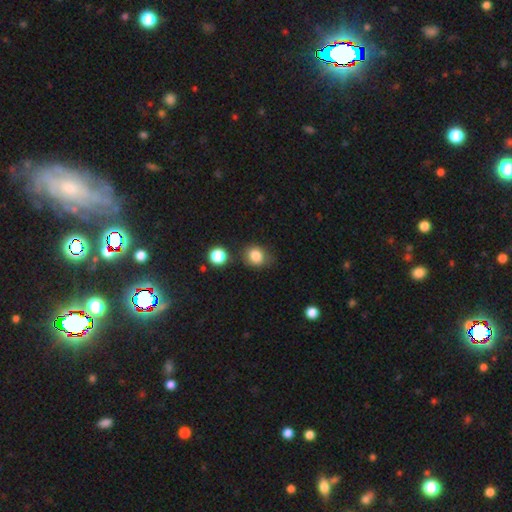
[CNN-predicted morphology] Smooth or featured? smooth (84%)
How rounded? round (69%)
Merging? none (73%)